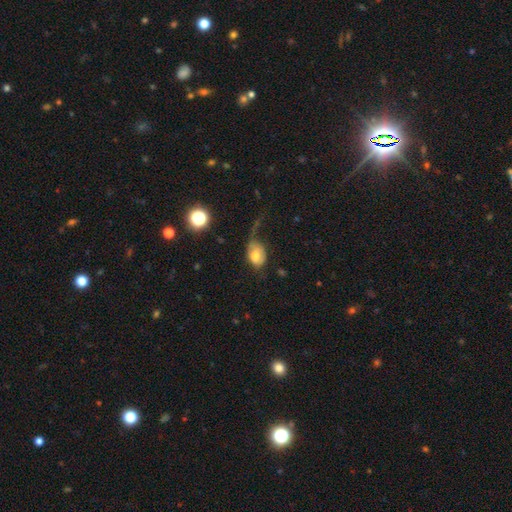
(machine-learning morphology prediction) smooth_or_featured: smooth (p=0.65) [alt: featured or disk p=0.26]
how_rounded: in between (p=0.72) [alt: round p=0.26]
merging: major disturbance (p=0.47) [alt: none p=0.26]